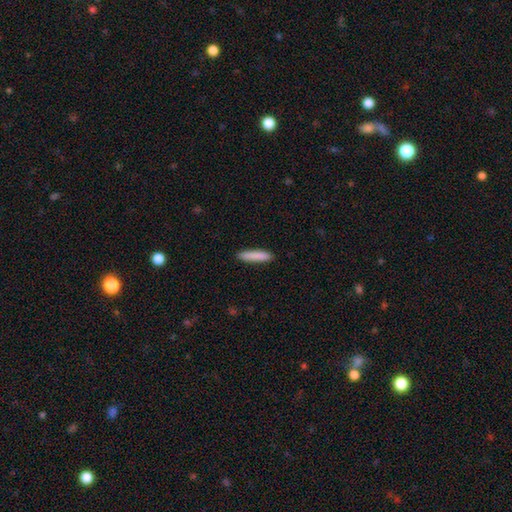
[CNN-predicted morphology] smooth_or_featured: smooth (p=0.86) [alt: featured or disk p=0.07]
how_rounded: cigar-shaped (p=0.86) [alt: in between p=0.13]
merging: none (p=0.89) [alt: minor disturbance p=0.08]